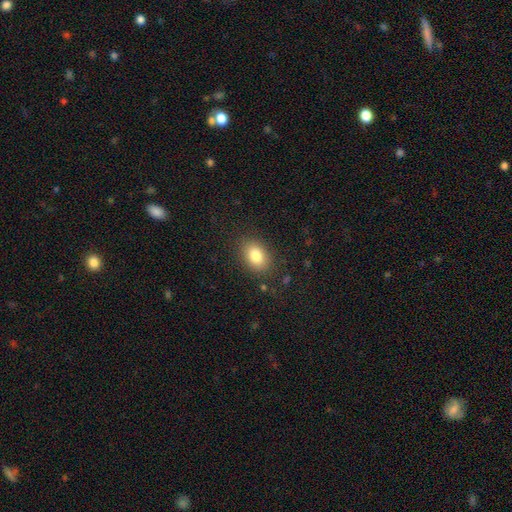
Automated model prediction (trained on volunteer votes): Smooth or featured? smooth (83%)
How rounded? in between (79%)
Merging? none (85%)